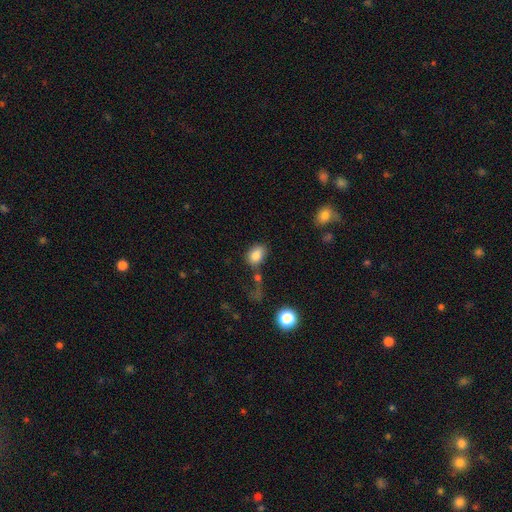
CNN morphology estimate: This is clearly a smooth galaxy (83%). How rounded: likely in between (75%). Merging: likely none (62%).